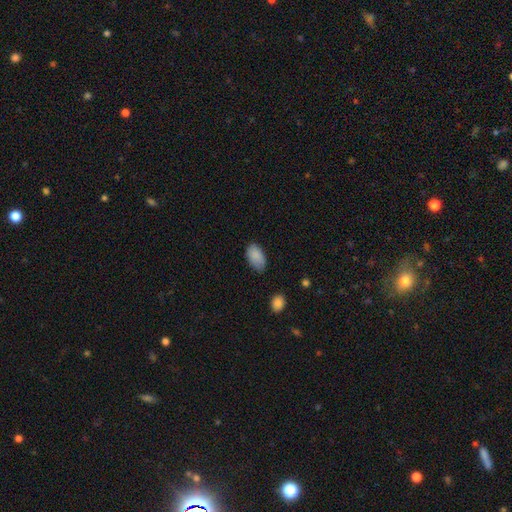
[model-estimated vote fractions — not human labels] Smooth or featured: smooth — 87% (star or artifact — 7%)
How rounded: in between — 94% (round — 5%)
Merging: none — 67% (minor disturbance — 27%)